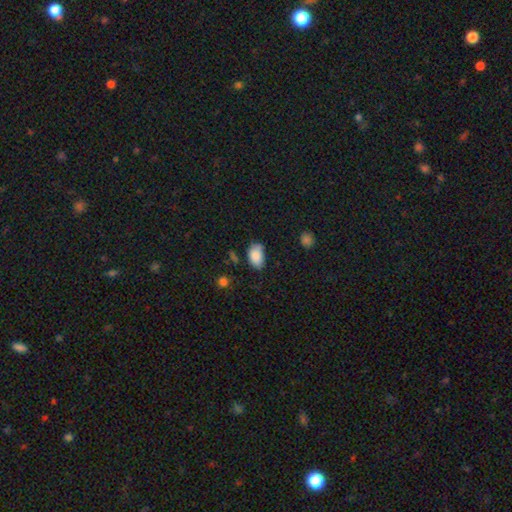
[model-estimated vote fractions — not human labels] smooth_or_featured: smooth (p=0.85) [alt: star or artifact p=0.08]
how_rounded: in between (p=0.90) [alt: round p=0.09]
merging: none (p=0.59) [alt: minor disturbance p=0.31]